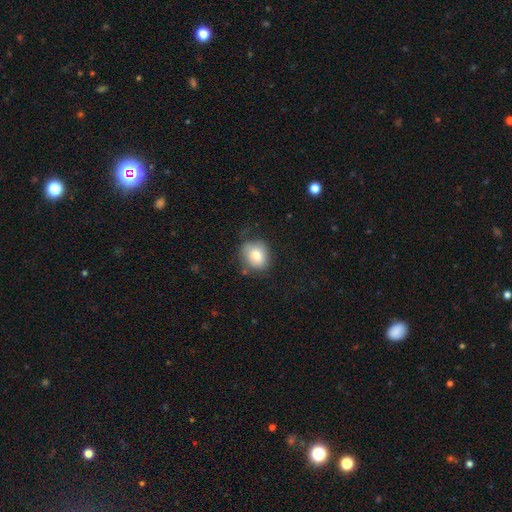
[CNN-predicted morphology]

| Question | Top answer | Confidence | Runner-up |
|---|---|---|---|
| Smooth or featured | smooth | 78% | featured or disk (13%) |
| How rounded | round | 64% | in between (35%) |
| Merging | none | 67% | minor disturbance (23%) |